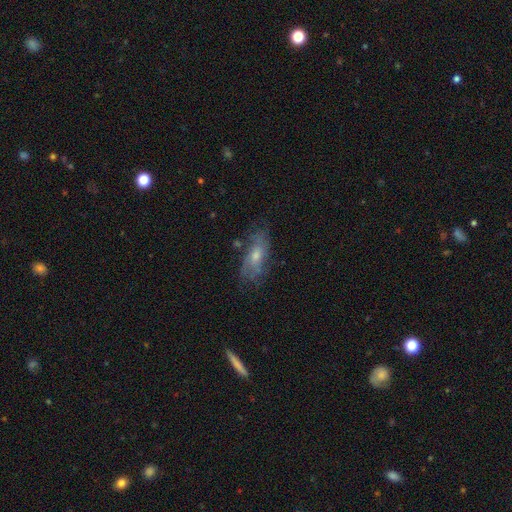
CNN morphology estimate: Smooth or featured: featured or disk — 53% (smooth — 37%)
Edge-on disk: no — 81% (yes — 19%)
Merging: none — 64% (minor disturbance — 22%)